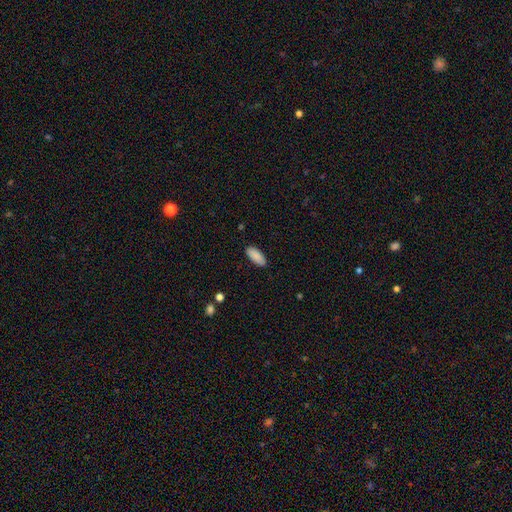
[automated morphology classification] Q: Smooth or featured?
A: smooth (90%); runner-up: star or artifact (6%)
Q: How rounded?
A: in between (85%); runner-up: cigar-shaped (14%)
Q: Merging?
A: none (89%); runner-up: minor disturbance (8%)